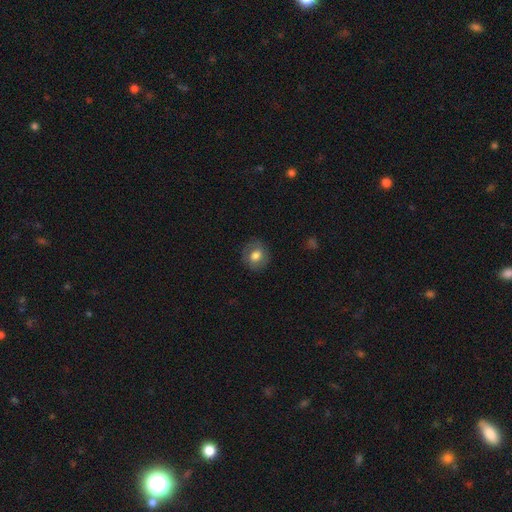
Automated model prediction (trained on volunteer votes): Q: Smooth or featured?
A: smooth (71%); runner-up: featured or disk (21%)
Q: How rounded?
A: round (75%); runner-up: in between (24%)
Q: Merging?
A: none (82%); runner-up: minor disturbance (13%)